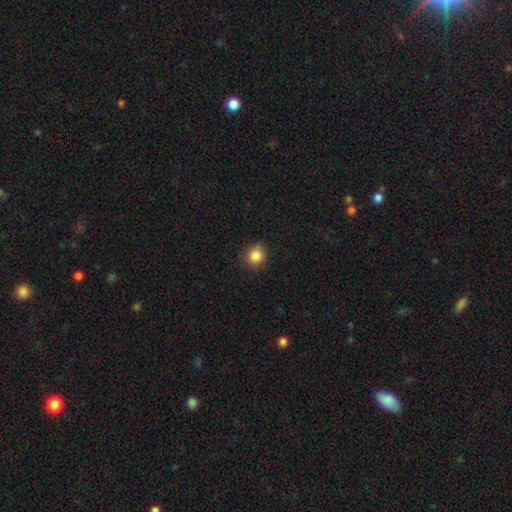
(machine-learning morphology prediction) A smooth galaxy with no disk features (85%) that is round (85%). Merging: none (84%).